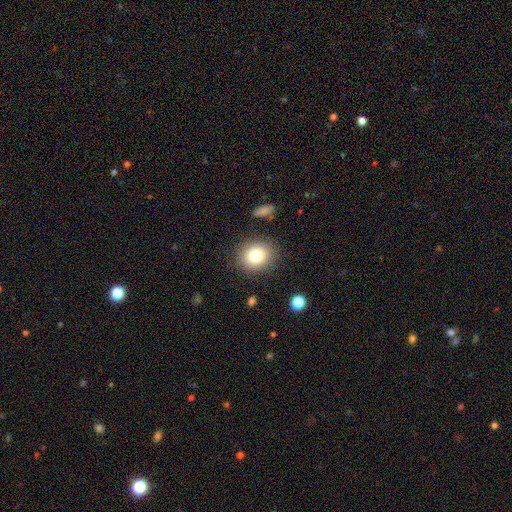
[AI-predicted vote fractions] smooth 79%, star or artifact 11%, featured or disk 10%. Down the decision tree: how rounded — round (71%); merging — none (86%).